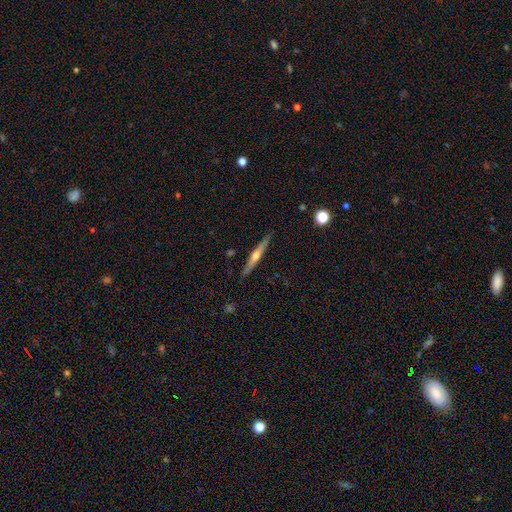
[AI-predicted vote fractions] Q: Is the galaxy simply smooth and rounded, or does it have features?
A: featured or disk — 63%.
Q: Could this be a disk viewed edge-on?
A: yes — 97%.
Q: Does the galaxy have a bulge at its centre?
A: rounded — 83%.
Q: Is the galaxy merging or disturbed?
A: none — 89%.